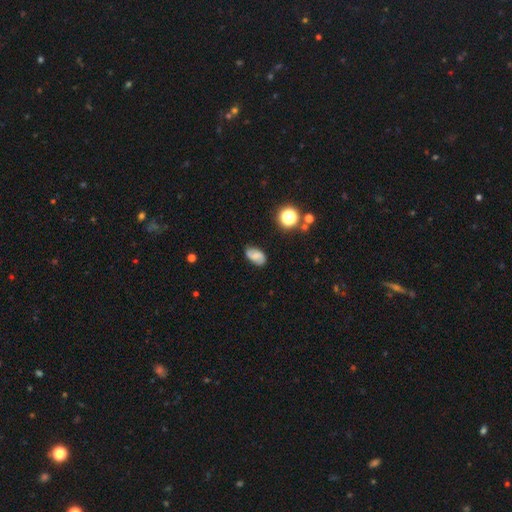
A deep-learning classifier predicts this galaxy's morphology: A smooth galaxy with no disk features (45%). Merging: none (78%).